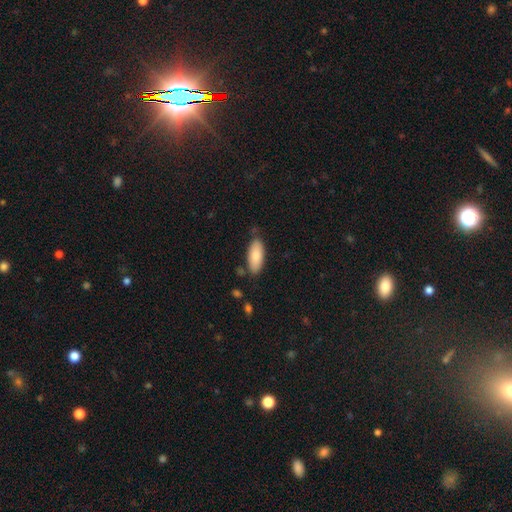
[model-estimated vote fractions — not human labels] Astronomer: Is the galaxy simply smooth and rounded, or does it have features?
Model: smooth — 85%.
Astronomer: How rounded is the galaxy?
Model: in between — 84%.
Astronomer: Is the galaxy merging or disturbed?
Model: none — 78%.